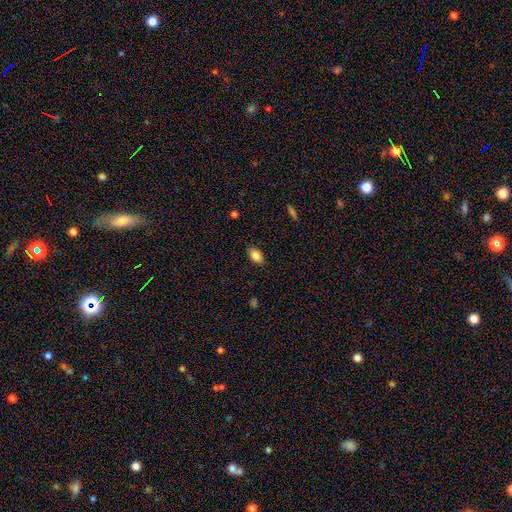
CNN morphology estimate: smooth 85%, star or artifact 8%, featured or disk 7%. Down the decision tree: how rounded — in between (89%); merging — none (86%).